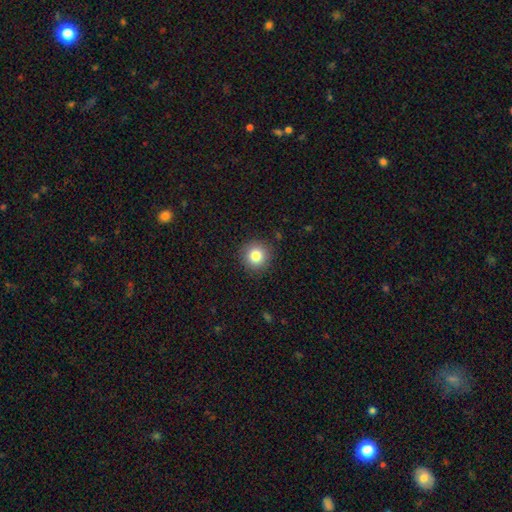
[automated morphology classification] Overall: smooth (82%). How rounded: round (94%). Merging: none (91%).